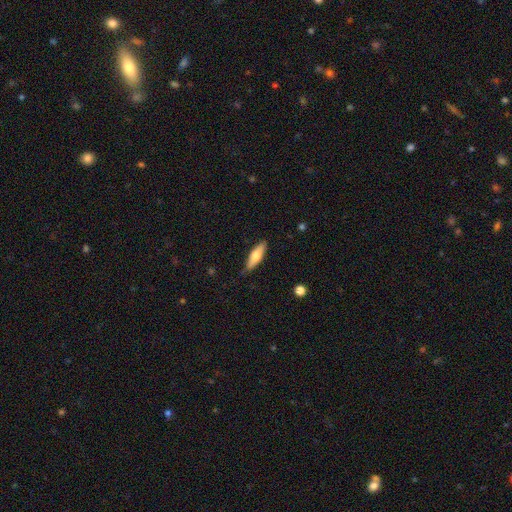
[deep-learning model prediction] This is likely a smooth galaxy (65%). How rounded: possibly cigar-shaped (53%). Merging: clearly none (82%).